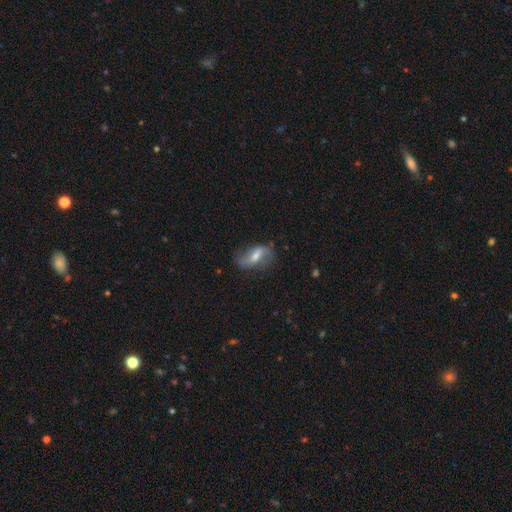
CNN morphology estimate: A featured or disk galaxy (64%) with a weak bar (41%), spiral arms (79%) and a moderate central bulge (52%). Merging: none (65%).